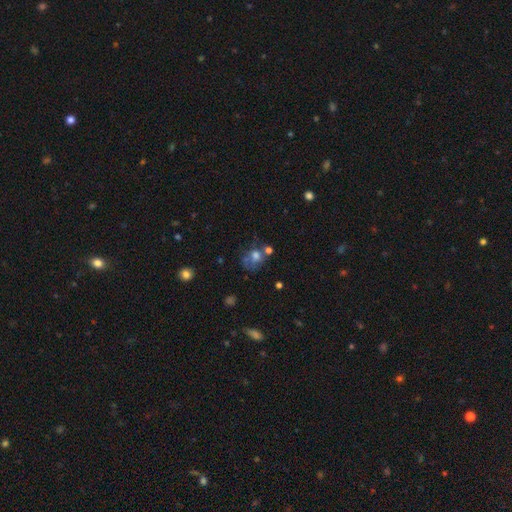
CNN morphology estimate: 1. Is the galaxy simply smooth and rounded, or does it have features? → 57% smooth, 28% featured or disk, 15% star or artifact.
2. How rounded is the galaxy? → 58% round, 41% in between, 1% cigar-shaped.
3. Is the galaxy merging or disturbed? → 35% none, 25% merger, 20% major disturbance, 20% minor disturbance.